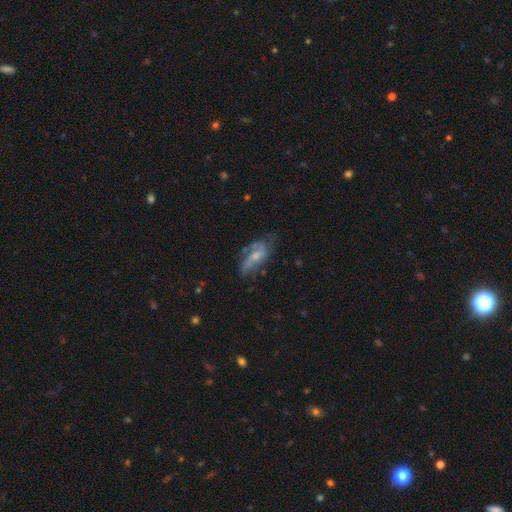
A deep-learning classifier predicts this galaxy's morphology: The model was most divided on "bulge size": moderate: 43%, small: 42%, none: 10%, large: 4%, dominant: 1%. More confident: edge-on disk — no (89%); spiral arms — yes (84%); smooth or featured — featured or disk (65%); merging — none (54%); bar — no (50%).